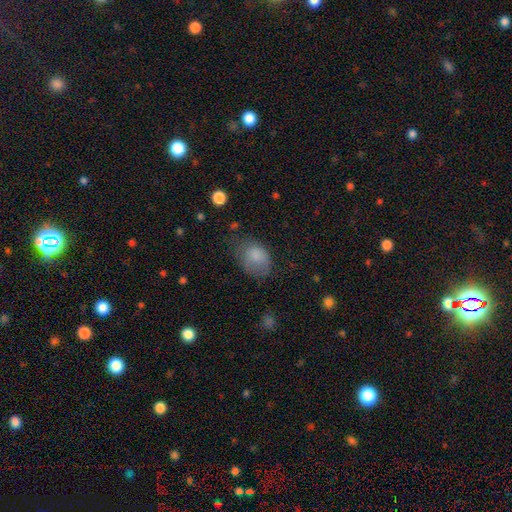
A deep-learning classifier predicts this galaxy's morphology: This is clearly a smooth galaxy (80%). How rounded: likely in between (73%). Merging: marginally none (45%).